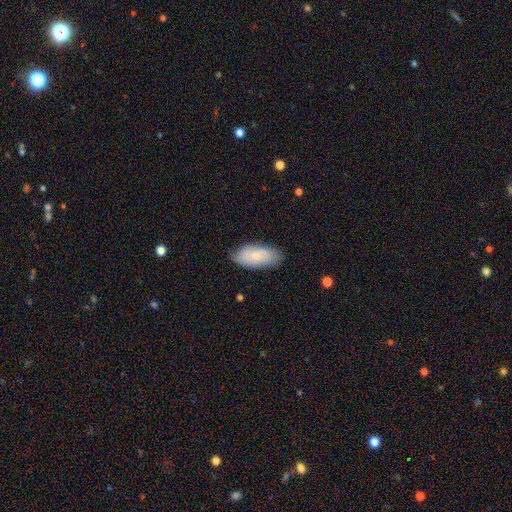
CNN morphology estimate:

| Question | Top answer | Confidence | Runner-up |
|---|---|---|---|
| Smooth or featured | smooth | 75% | featured or disk (19%) |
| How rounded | in between | 91% | cigar-shaped (7%) |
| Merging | none | 81% | minor disturbance (15%) |